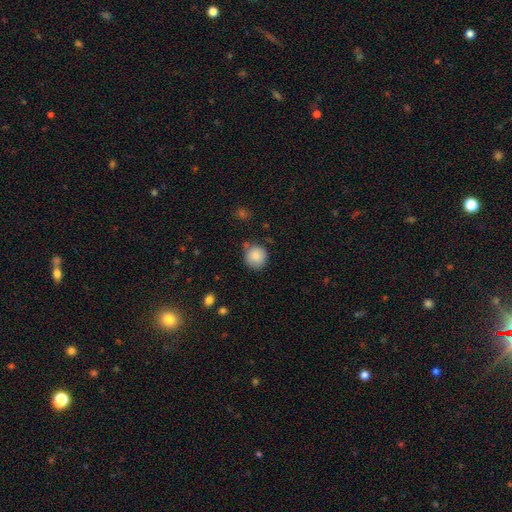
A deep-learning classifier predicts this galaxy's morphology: type=smooth (86%); roundness=round (90%); merging=none (75%).